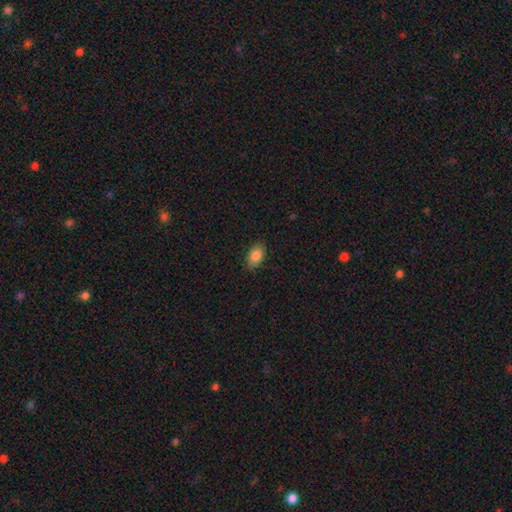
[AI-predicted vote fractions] smooth 85%, star or artifact 7%, featured or disk 7%. Down the decision tree: how rounded — in between (90%); merging — none (86%).